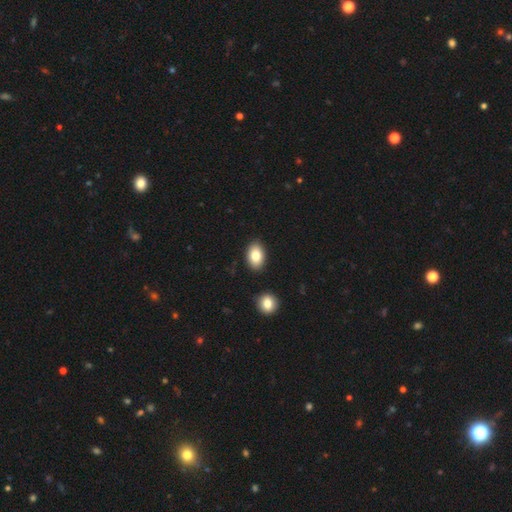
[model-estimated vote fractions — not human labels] smooth_or_featured: smooth (p=0.82) [alt: featured or disk p=0.10]
how_rounded: in between (p=0.85) [alt: round p=0.14]
merging: none (p=0.87) [alt: minor disturbance p=0.08]